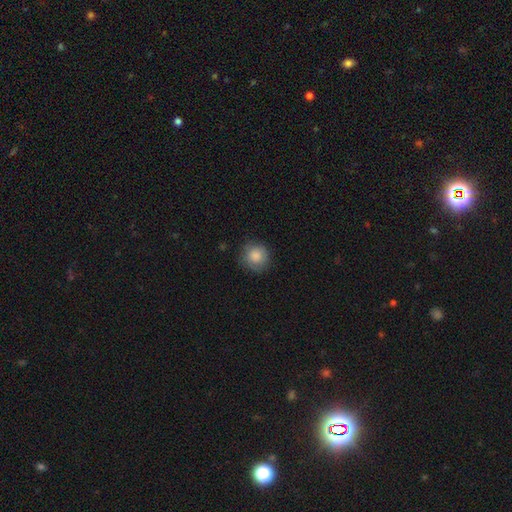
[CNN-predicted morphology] smooth_or_featured: smooth (p=0.85) [alt: star or artifact p=0.08]
how_rounded: round (p=0.91) [alt: in between p=0.08]
merging: none (p=0.80) [alt: minor disturbance p=0.15]